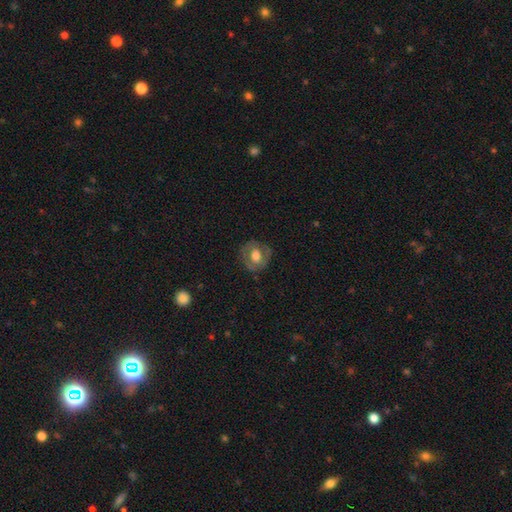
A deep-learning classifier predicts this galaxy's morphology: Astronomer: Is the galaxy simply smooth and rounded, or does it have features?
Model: featured or disk — 46% (runner-up: smooth, 45%).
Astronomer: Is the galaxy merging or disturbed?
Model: none — 76%.